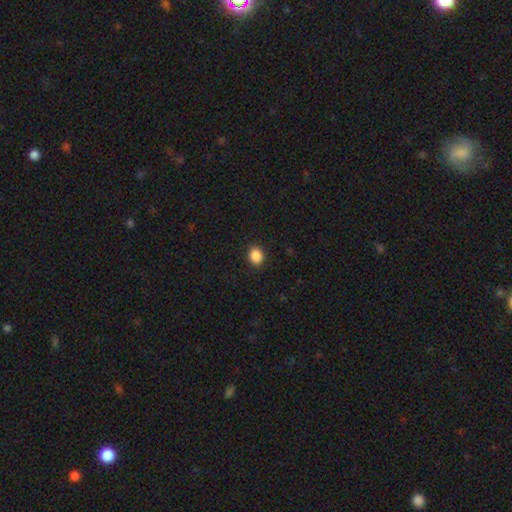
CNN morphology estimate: This appears to be a smooth galaxy with no disk features (88%) that is round (69%). Merging: none (91%).